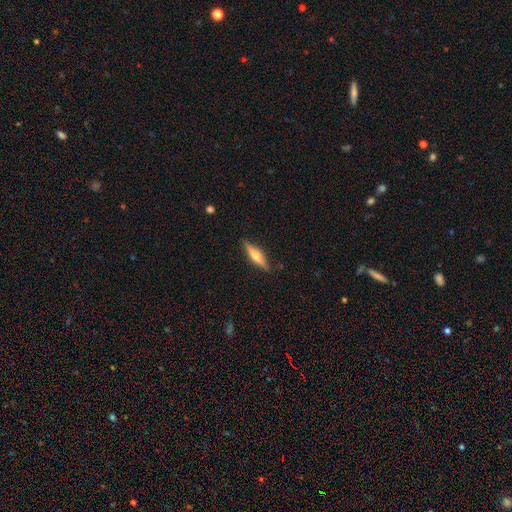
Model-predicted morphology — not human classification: This appears to be a featured or disk galaxy (54%) viewed edge-on (95%) with a rounded central bulge (87%). Merging: none (88%).